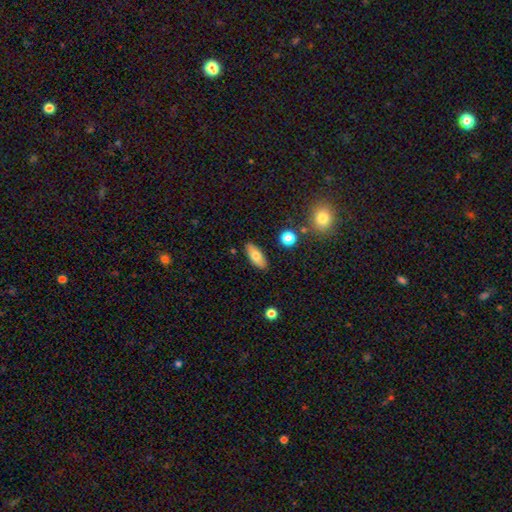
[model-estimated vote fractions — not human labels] smooth 74%, featured or disk 19%, star or artifact 8%. Down the decision tree: how rounded — in between (81%); merging — none (86%).